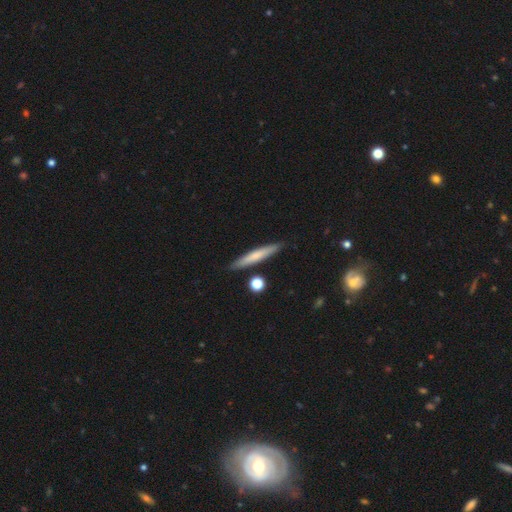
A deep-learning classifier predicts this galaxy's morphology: Q: Smooth or featured?
A: smooth (64%); runner-up: featured or disk (30%)
Q: How rounded?
A: cigar-shaped (94%); runner-up: in between (5%)
Q: Merging?
A: none (87%); runner-up: minor disturbance (8%)